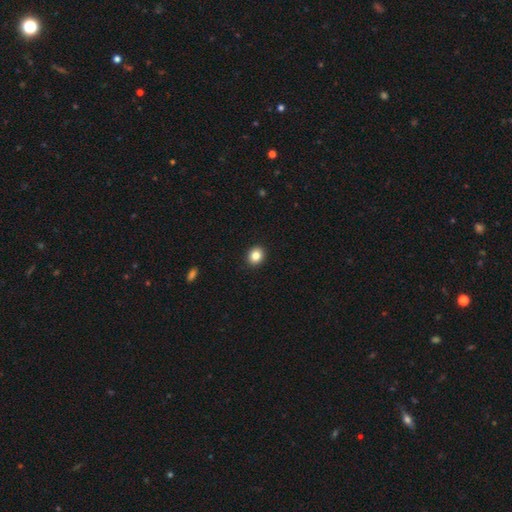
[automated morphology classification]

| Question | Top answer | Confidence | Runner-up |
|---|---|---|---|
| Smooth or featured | smooth | 84% | star or artifact (10%) |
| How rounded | round | 67% | in between (32%) |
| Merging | none | 92% | minor disturbance (5%) |